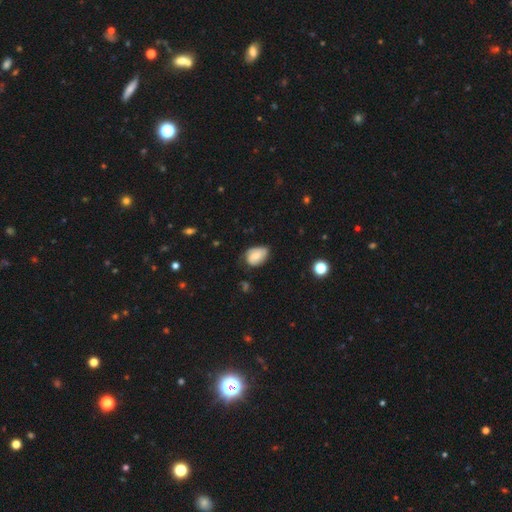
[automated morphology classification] The model was most divided on "merging": none: 51%, minor disturbance: 37%, major disturbance: 10%, merger: 2%. More confident: how rounded — in between (83%); smooth or featured — smooth (67%).